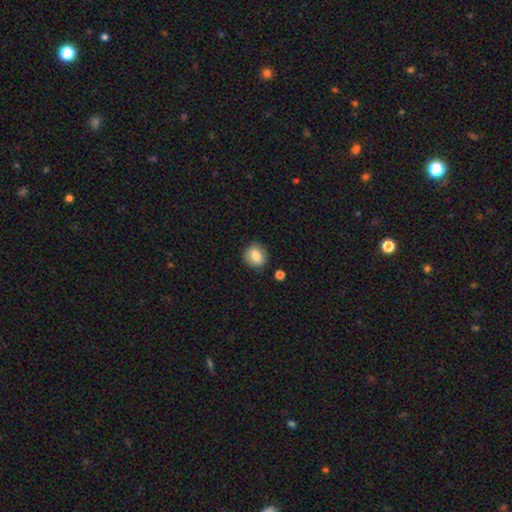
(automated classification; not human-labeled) smooth-or-featured: smooth: 82% | featured or disk: 10% | star or artifact: 8%
  how-rounded: round: 79% | in between: 20% | cigar-shaped: 1%
  merging: none: 83% | minor disturbance: 12% | major disturbance: 3% | merger: 3%